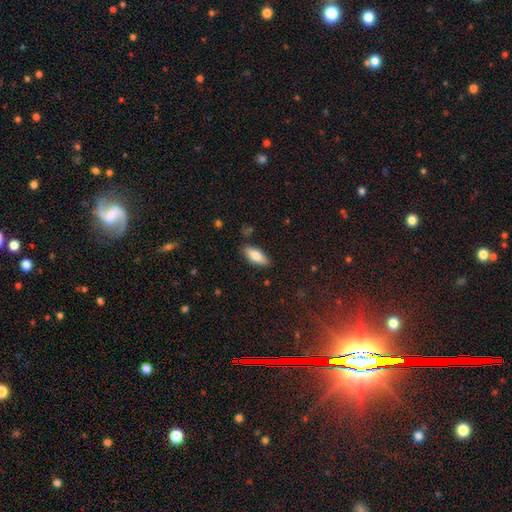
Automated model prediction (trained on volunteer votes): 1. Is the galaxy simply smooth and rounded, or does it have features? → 78% smooth, 16% featured or disk, 6% star or artifact.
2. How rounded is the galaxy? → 77% in between, 21% cigar-shaped, 2% round.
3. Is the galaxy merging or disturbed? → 84% none, 12% minor disturbance, 2% major disturbance, 2% merger.